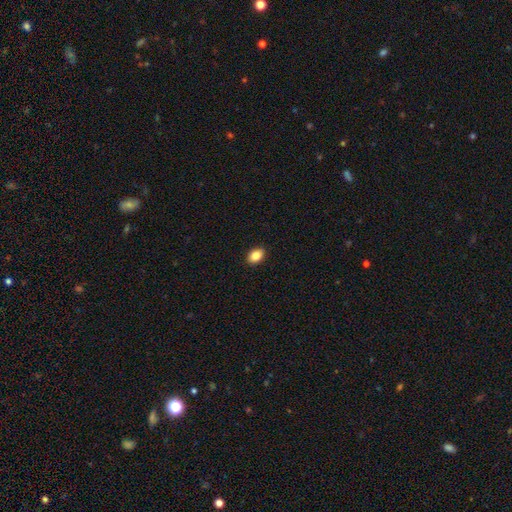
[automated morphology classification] The model was most divided on "how rounded": in between: 79%, round: 20%, cigar-shaped: 1%. More confident: merging — none (90%); smooth or featured — smooth (86%).